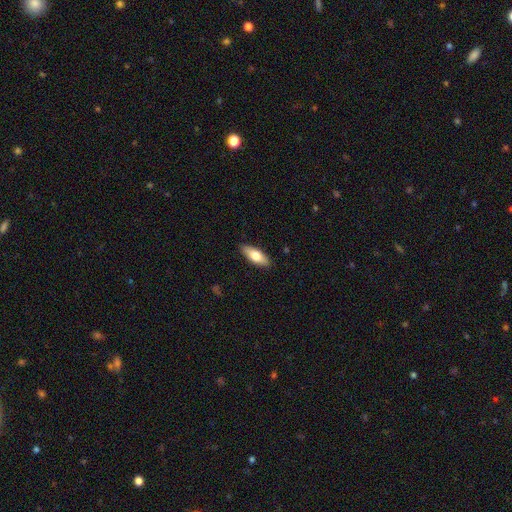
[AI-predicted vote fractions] A smooth galaxy with no disk features (71%) that is in between round and cigar-shaped (72%). Merging: none (89%).